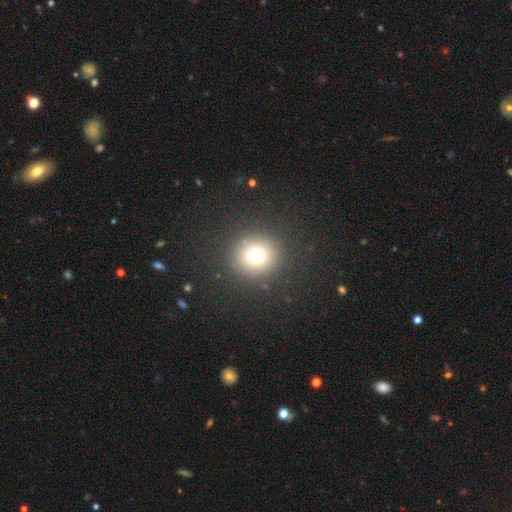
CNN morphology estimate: smooth-or-featured: smooth: 69% | star or artifact: 21% | featured or disk: 10%
  how-rounded: round: 91% | in between: 8% | cigar-shaped: 1%
  merging: none: 86% | minor disturbance: 7% | major disturbance: 4% | merger: 3%